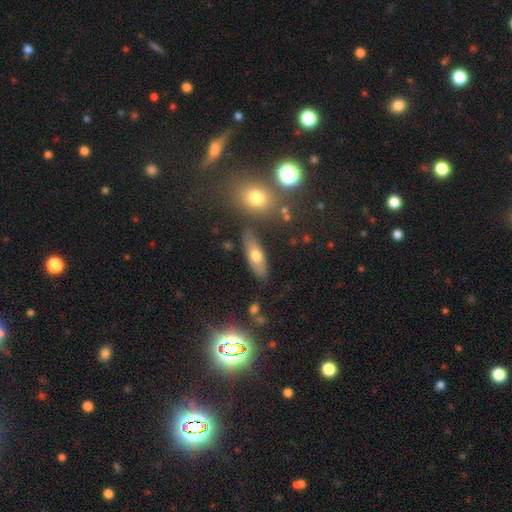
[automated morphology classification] Smooth or featured? smooth (64%)
How rounded? in between (66%)
Merging? none (77%)